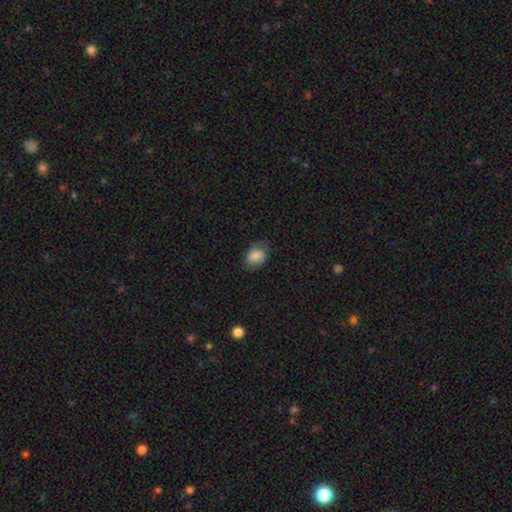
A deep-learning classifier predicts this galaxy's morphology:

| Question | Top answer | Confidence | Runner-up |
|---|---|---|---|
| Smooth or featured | smooth | 82% | featured or disk (11%) |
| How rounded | in between | 66% | round (33%) |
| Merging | none | 69% | minor disturbance (23%) |